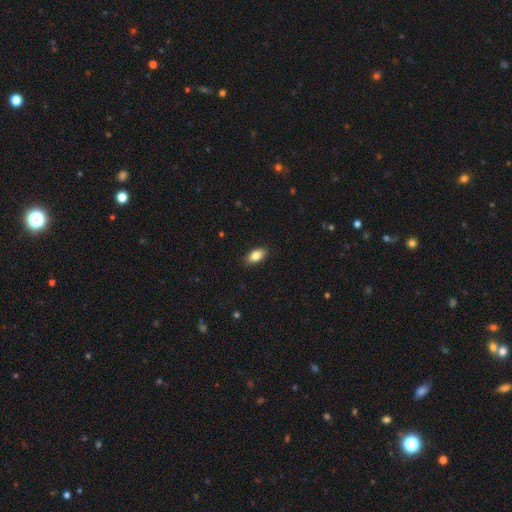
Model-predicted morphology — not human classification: This is clearly a smooth galaxy (81%). How rounded: clearly in between (89%). Merging: clearly none (88%).